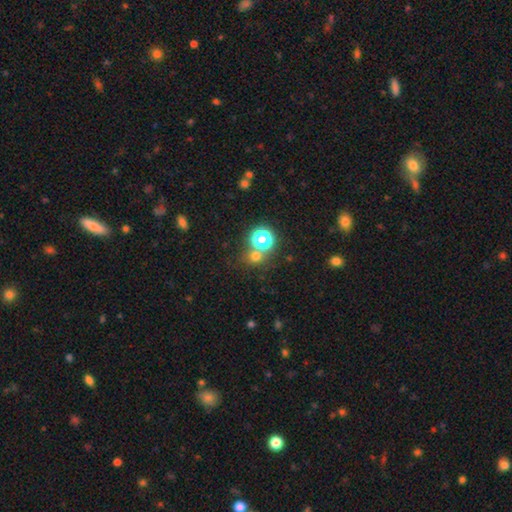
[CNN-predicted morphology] Smooth or featured? Predicted: smooth (p=0.67). How rounded? Predicted: round (p=0.85). Merging? Predicted: none (p=0.67).